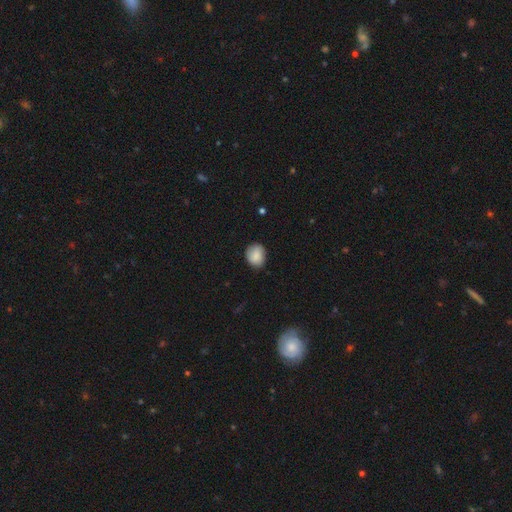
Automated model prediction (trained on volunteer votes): Smooth or featured? Predicted: smooth (p=0.87). How rounded? Predicted: round (p=0.63). Merging? Predicted: none (p=0.82).